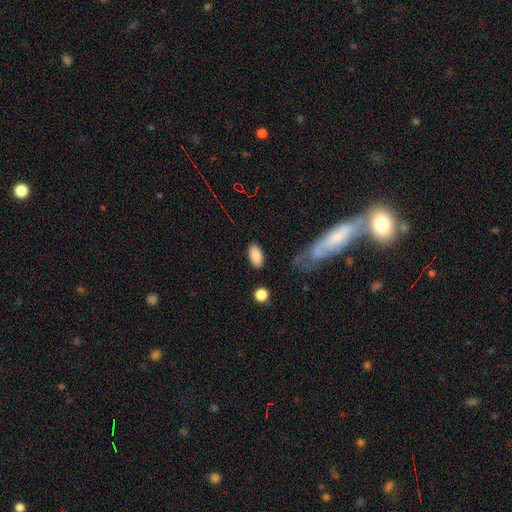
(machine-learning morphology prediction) smooth_or_featured: smooth (p=0.87) [alt: star or artifact p=0.07]
how_rounded: in between (p=0.93) [alt: round p=0.04]
merging: none (p=0.84) [alt: minor disturbance p=0.10]